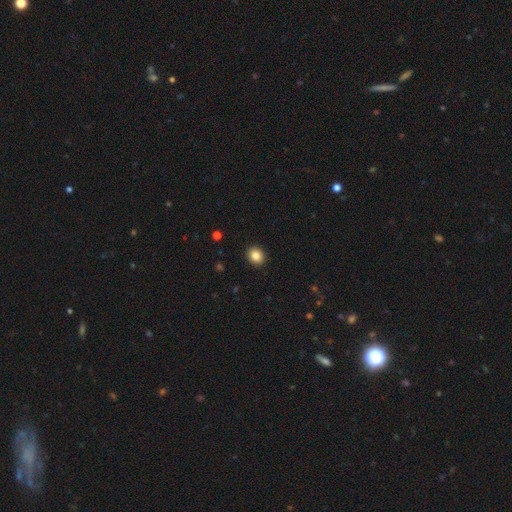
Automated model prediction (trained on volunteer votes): The model was most divided on "how rounded": round: 70%, in between: 30%, cigar-shaped: 1%. More confident: merging — none (92%); smooth or featured — smooth (85%).